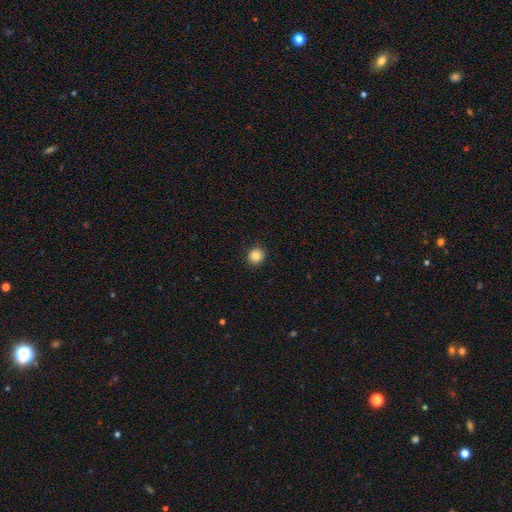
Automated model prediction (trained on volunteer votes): Morphology: type=smooth (85%); roundness=round (85%); merging=none (89%).